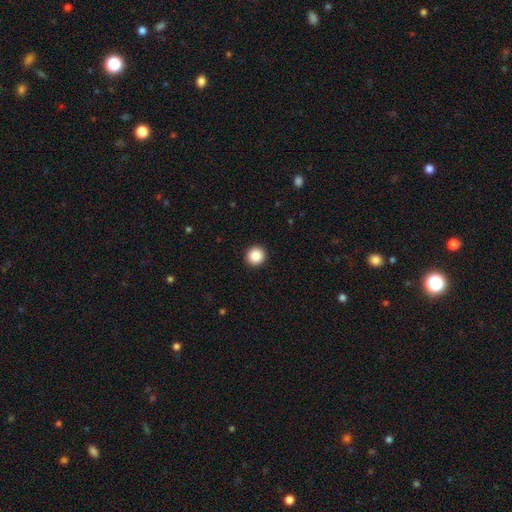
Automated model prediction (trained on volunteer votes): smooth-or-featured: smooth: 87% | star or artifact: 9% | featured or disk: 3%
  how-rounded: round: 94% | in between: 5% | cigar-shaped: 1%
  merging: none: 94% | minor disturbance: 4% | major disturbance: 1% | merger: 1%